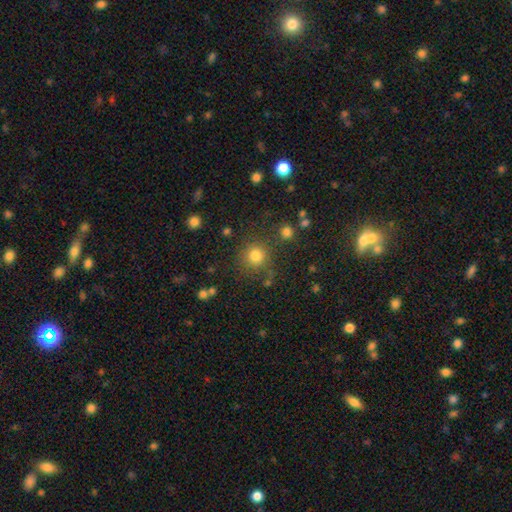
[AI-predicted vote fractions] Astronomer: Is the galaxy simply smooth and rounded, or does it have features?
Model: smooth — 80%.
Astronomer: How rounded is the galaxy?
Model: round — 93%.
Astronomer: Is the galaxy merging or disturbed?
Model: none — 80%.